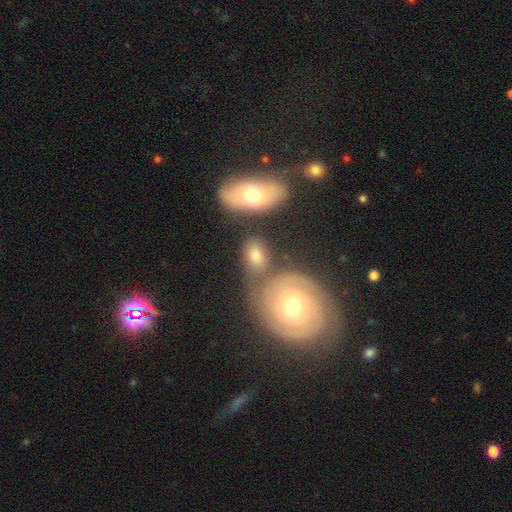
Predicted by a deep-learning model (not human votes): Morphology: type=smooth (77%); roundness=in between (79%); merging=none (59%).